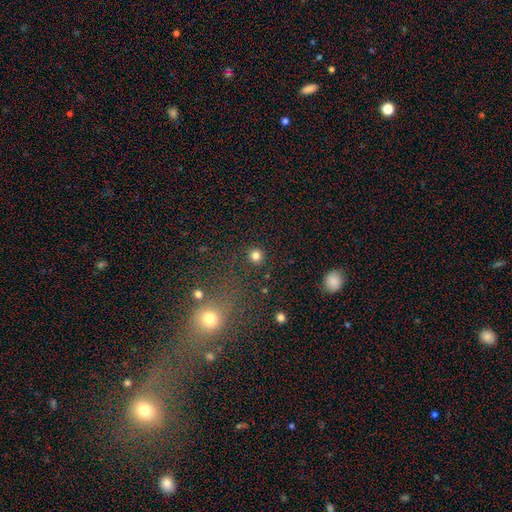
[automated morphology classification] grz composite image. It shows a smooth galaxy with no disk features (82%) that is round (94%). Merging: none (90%).